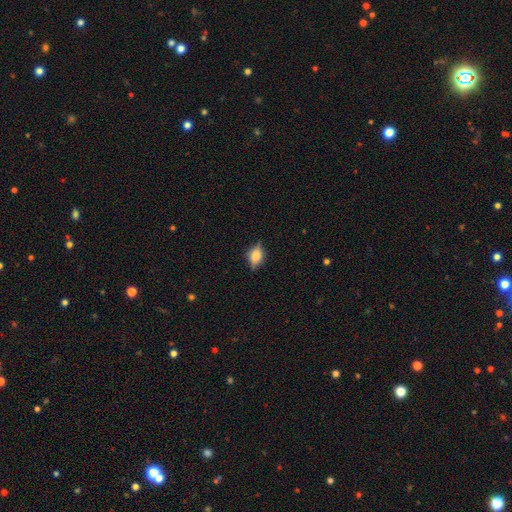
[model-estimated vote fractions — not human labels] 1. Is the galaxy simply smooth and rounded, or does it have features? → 64% smooth, 27% featured or disk, 9% star or artifact.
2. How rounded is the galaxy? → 73% in between, 22% round, 5% cigar-shaped.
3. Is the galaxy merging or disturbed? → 75% none, 19% minor disturbance, 4% major disturbance, 1% merger.